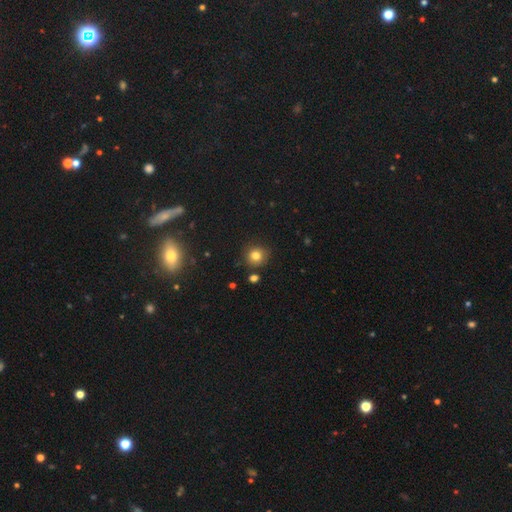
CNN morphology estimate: The model was most divided on "smooth or featured": smooth: 79%, star or artifact: 14%, featured or disk: 7%. More confident: how rounded — round (90%); merging — none (85%).